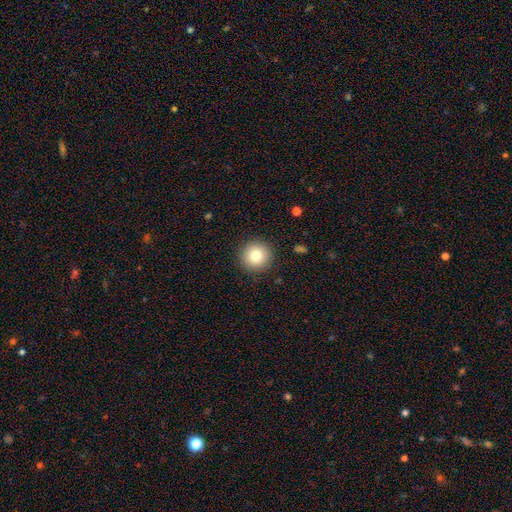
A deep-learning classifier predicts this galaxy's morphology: Q: Smooth or featured?
A: smooth (79%); runner-up: star or artifact (11%)
Q: How rounded?
A: round (95%); runner-up: in between (4%)
Q: Merging?
A: none (91%); runner-up: minor disturbance (6%)